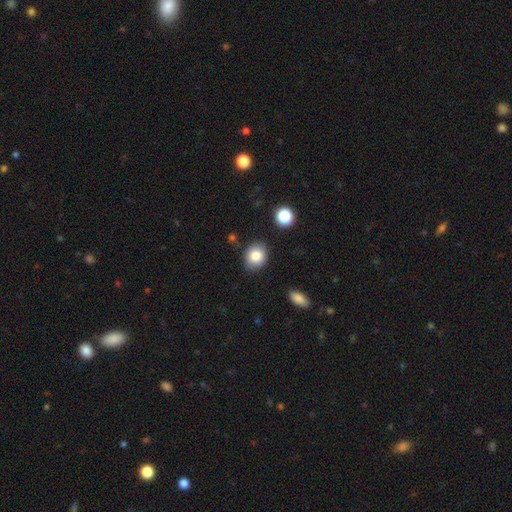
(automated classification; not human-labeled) A smooth galaxy with no disk features (82%) that is round (56%).

Vote fractions:
- Smooth or featured? smooth: 82% / star or artifact: 9% / featured or disk: 9%
- How rounded? round: 56% / in between: 43% / cigar-shaped: 1%
- Merging? none: 84% / minor disturbance: 11% / major disturbance: 2% / merger: 2%